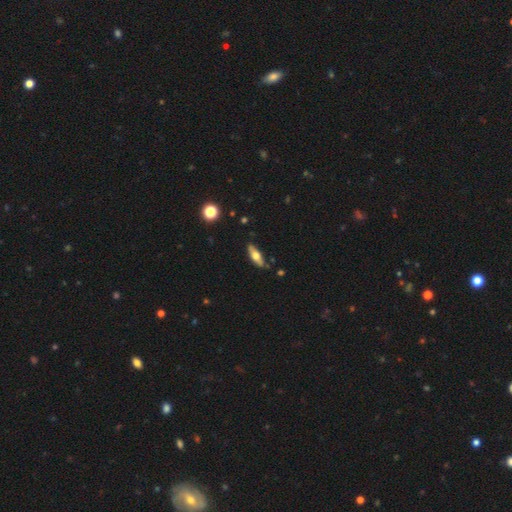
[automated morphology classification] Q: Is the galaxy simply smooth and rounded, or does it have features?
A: smooth — 48%.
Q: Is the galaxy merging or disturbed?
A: none — 81%.